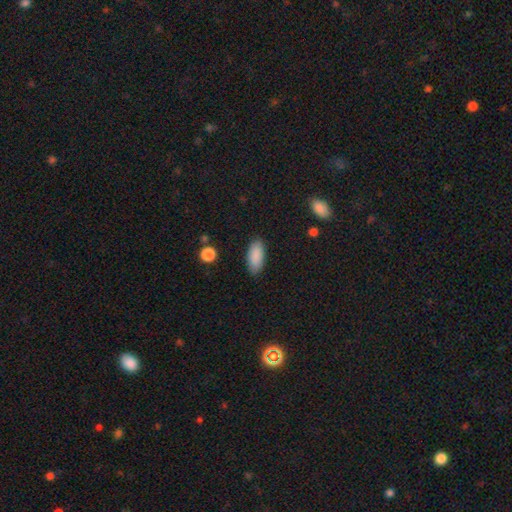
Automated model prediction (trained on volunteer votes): Smooth or featured?
  - smooth: 89% *
  - star or artifact: 6%
  - featured or disk: 5%
How rounded?
  - in between: 85% *
  - cigar-shaped: 13%
  - round: 2%
Merging?
  - none: 86% *
  - minor disturbance: 11%
  - major disturbance: 2%
  - merger: 1%